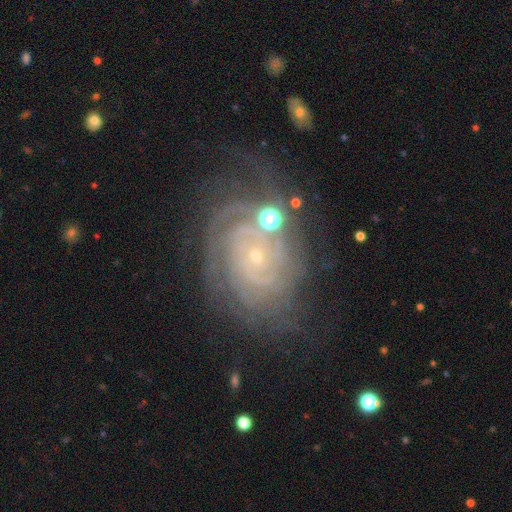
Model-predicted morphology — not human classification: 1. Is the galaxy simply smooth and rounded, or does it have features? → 85% featured or disk, 8% star or artifact, 6% smooth.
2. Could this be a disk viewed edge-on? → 97% no, 3% yes.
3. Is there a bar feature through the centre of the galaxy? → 78% no, 17% weak, 5% strong.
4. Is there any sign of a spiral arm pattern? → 97% yes, 3% no.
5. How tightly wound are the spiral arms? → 80% tight, 17% medium, 3% loose.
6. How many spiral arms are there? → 28% can't tell, 18% 4, 16% 2, 16% 3, 15% more than 4, 7% 1.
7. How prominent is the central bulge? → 83% small, 13% moderate, 2% none, 1% large, 1% dominant.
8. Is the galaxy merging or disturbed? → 68% none, 18% minor disturbance, 9% major disturbance, 5% merger.